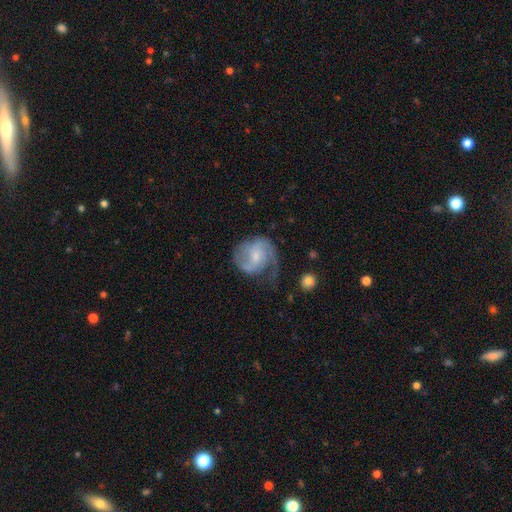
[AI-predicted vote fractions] Q: Smooth or featured?
A: featured or disk (72%); runner-up: smooth (22%)
Q: Edge-on disk?
A: no (98%); runner-up: yes (2%)
Q: Bar?
A: no (47%); runner-up: weak (45%)
Q: Spiral arms?
A: yes (92%); runner-up: no (8%)
Q: Spiral winding?
A: medium (45%); runner-up: tight (28%)
Q: Spiral arm count?
A: 2 (56%); runner-up: 1 (17%)
Q: Bulge size?
A: small (55%); runner-up: moderate (33%)
Q: Merging?
A: none (49%); runner-up: minor disturbance (25%)